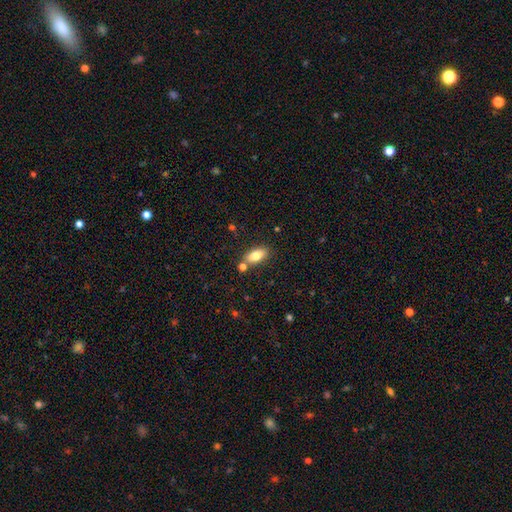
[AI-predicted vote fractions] Smooth or featured? smooth (76%)
How rounded? in between (86%)
Merging? none (76%)